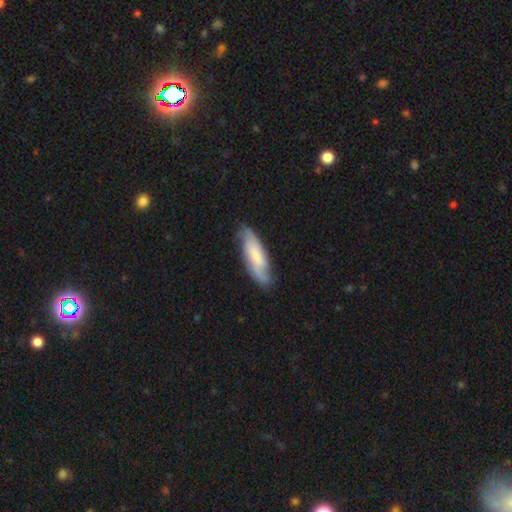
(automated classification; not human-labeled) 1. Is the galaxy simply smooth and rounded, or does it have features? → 52% featured or disk, 42% smooth, 6% star or artifact.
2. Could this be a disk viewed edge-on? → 77% no, 23% yes.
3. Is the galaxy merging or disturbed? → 77% none, 18% minor disturbance, 4% major disturbance, 1% merger.